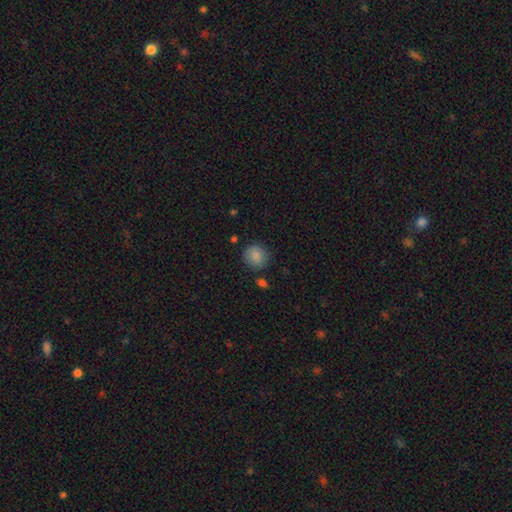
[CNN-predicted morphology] This is clearly a smooth galaxy (86%). How rounded: clearly round (85%). Merging: clearly none (82%).